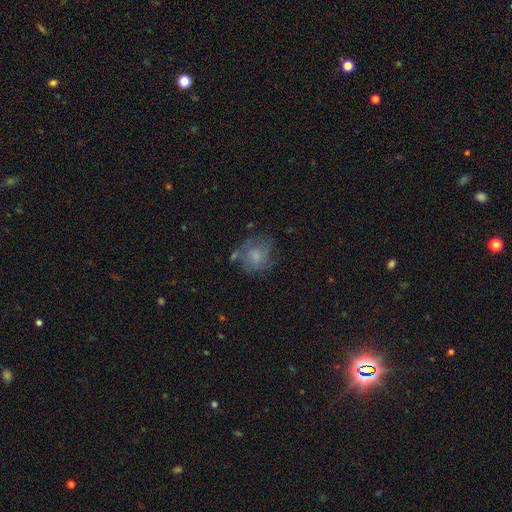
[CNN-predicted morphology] type=smooth (58%); roundness=round (77%); merging=none (54%).